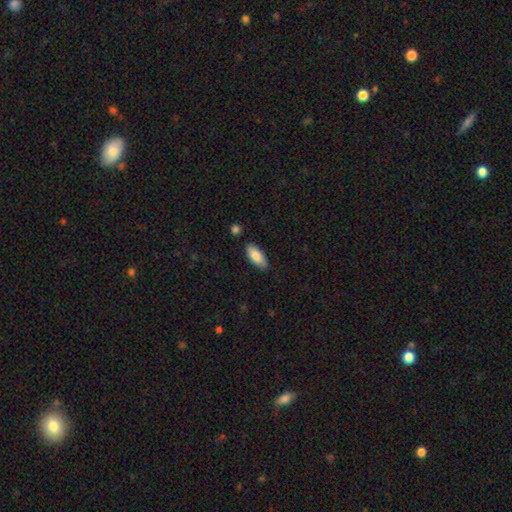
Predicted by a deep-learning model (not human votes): The model was most divided on "how rounded": in between: 84%, cigar-shaped: 14%, round: 2%. More confident: smooth or featured — smooth (86%); merging — none (84%).